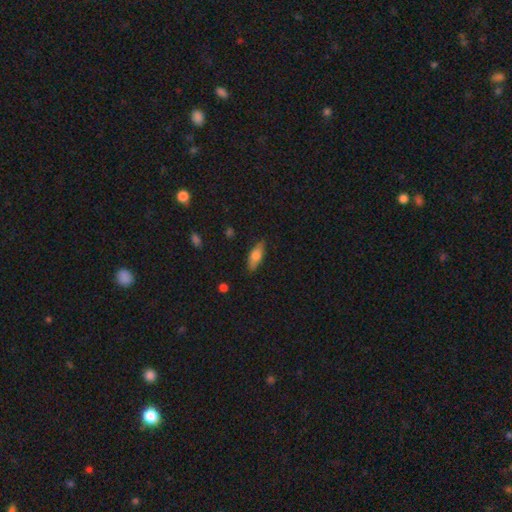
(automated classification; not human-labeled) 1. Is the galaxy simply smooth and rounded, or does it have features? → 70% smooth, 23% featured or disk, 7% star or artifact.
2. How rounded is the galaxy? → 67% in between, 30% cigar-shaped, 3% round.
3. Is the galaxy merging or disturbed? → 82% none, 14% minor disturbance, 3% major disturbance, 1% merger.